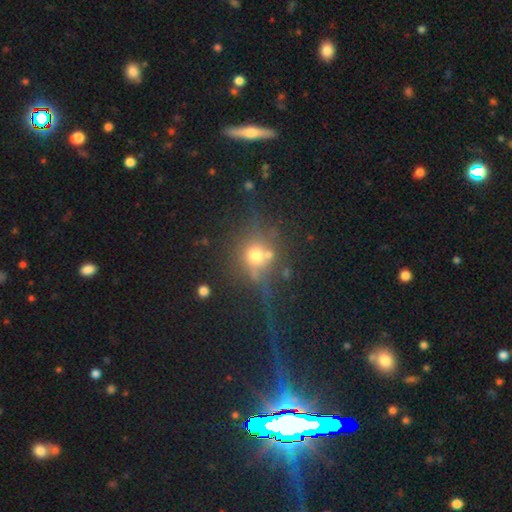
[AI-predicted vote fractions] Q: Smooth or featured?
A: smooth (57%); runner-up: star or artifact (22%)
Q: How rounded?
A: round (82%); runner-up: in between (16%)
Q: Merging?
A: none (55%); runner-up: merger (16%)